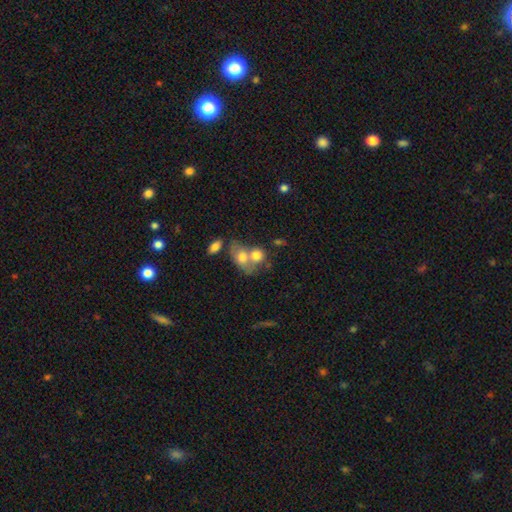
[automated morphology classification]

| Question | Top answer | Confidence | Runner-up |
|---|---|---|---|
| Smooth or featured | smooth | 71% | featured or disk (20%) |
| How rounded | in between | 51% | round (48%) |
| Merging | merger | 64% | none (23%) |